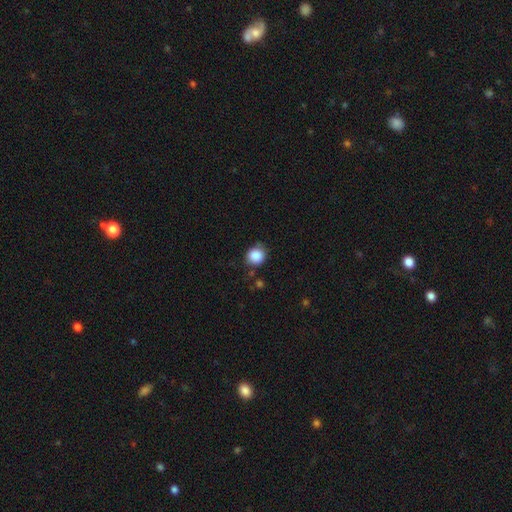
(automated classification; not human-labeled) Smooth or featured?
  - smooth: 86% *
  - star or artifact: 10%
  - featured or disk: 4%
How rounded?
  - round: 84% *
  - in between: 15%
  - cigar-shaped: 1%
Merging?
  - none: 78% *
  - minor disturbance: 15%
  - major disturbance: 4%
  - merger: 3%